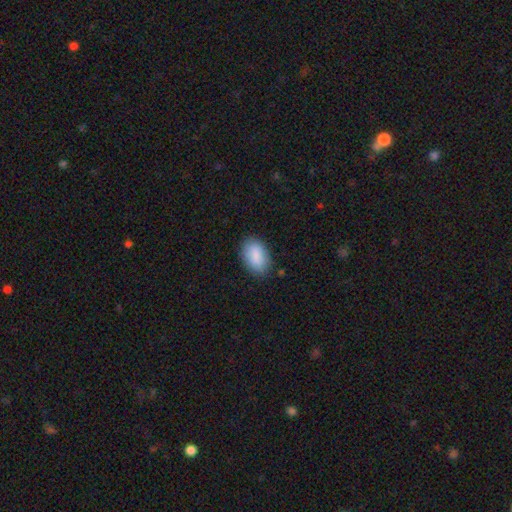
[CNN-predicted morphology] Smooth or featured? Predicted: smooth (p=0.88). How rounded? Predicted: in between (p=0.91). Merging? Predicted: none (p=0.83).